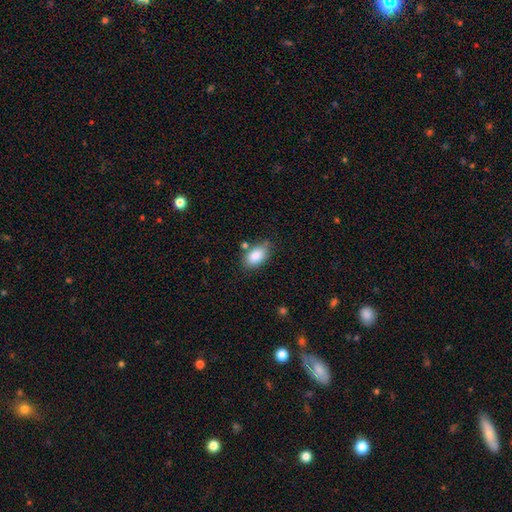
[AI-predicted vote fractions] smooth-or-featured: smooth: 87% | star or artifact: 7% | featured or disk: 6%
  how-rounded: in between: 92% | round: 6% | cigar-shaped: 2%
  merging: none: 74% | minor disturbance: 16% | merger: 6% | major disturbance: 4%